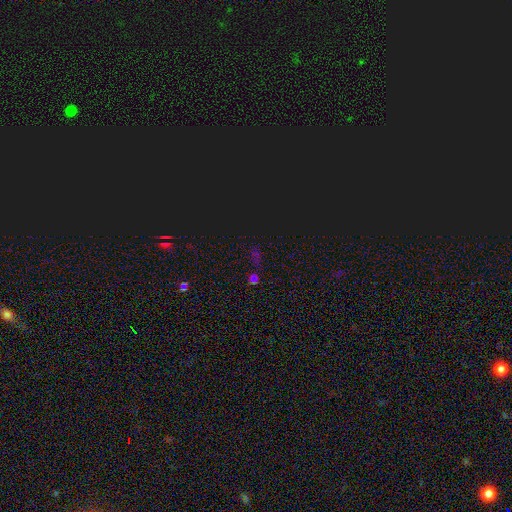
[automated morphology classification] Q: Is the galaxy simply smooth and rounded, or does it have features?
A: star or artifact — 69%.